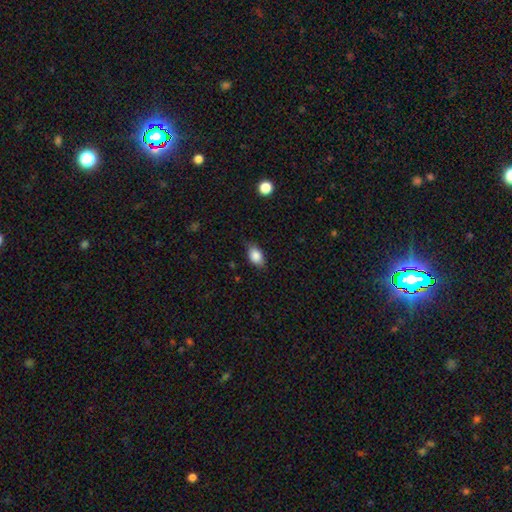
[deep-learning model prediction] Overall: smooth (85%). How rounded: in between (85%). Merging: none (76%).